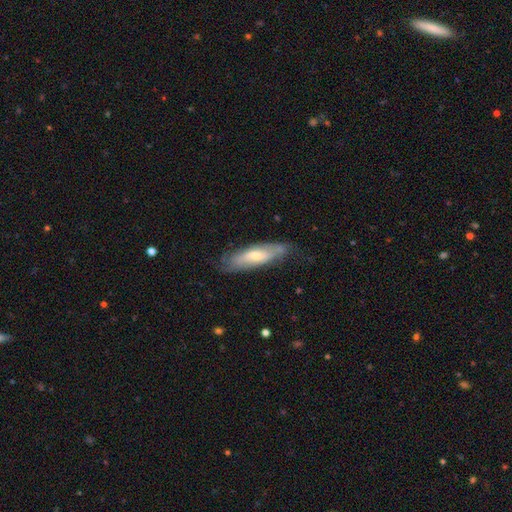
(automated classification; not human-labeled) Overall: featured or disk (50%; smooth 43%). Edge-on disk: no (61%; yes 39%). Merging: none (68%).